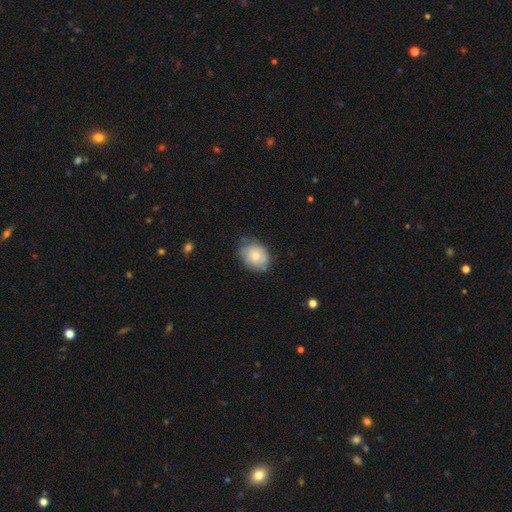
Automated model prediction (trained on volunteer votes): Smooth or featured?
  - smooth: 76% *
  - featured or disk: 17%
  - star or artifact: 7%
How rounded?
  - in between: 50% *
  - round: 49%
  - cigar-shaped: 1%
Merging?
  - none: 65% *
  - minor disturbance: 27%
  - major disturbance: 6%
  - merger: 2%